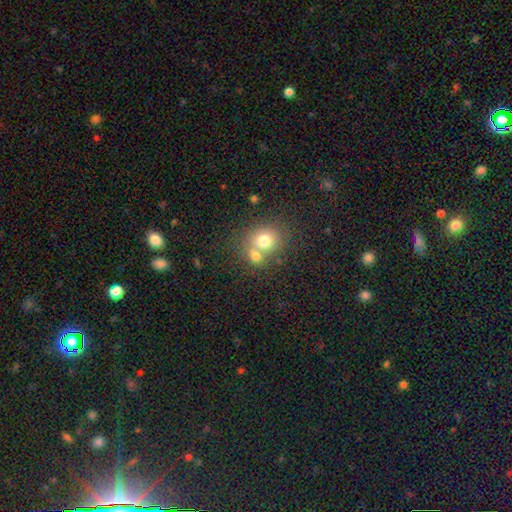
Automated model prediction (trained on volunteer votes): smooth_or_featured: smooth (p=0.73) [alt: featured or disk p=0.15]
how_rounded: round (p=0.69) [alt: in between p=0.30]
merging: merger (p=0.52) [alt: none p=0.37]